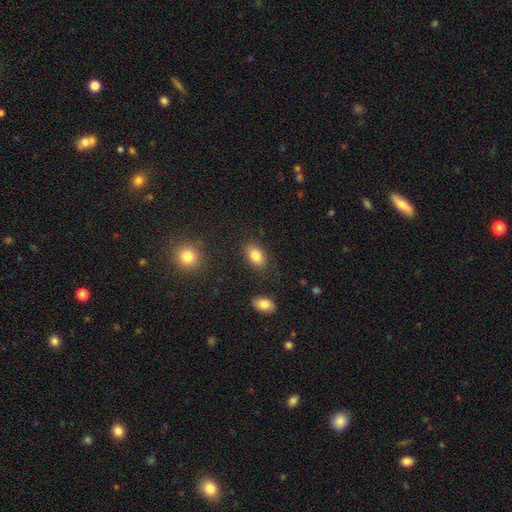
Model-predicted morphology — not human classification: smooth 83%, star or artifact 9%, featured or disk 8%. Down the decision tree: how rounded — in between (87%); merging — none (83%).